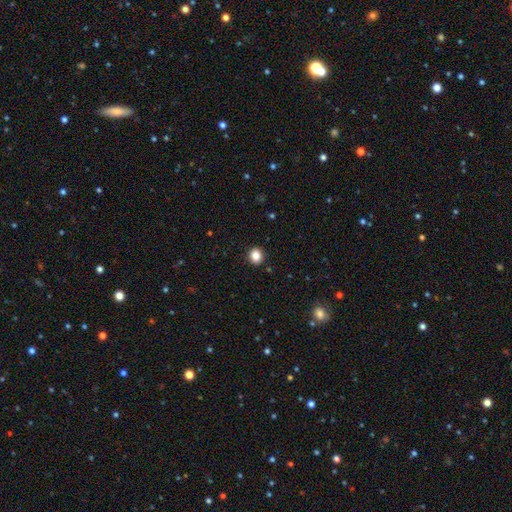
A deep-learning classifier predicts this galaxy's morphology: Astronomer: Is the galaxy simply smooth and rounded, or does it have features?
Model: smooth — 85%.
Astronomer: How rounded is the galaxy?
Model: round — 77%.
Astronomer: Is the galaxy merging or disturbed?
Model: none — 92%.